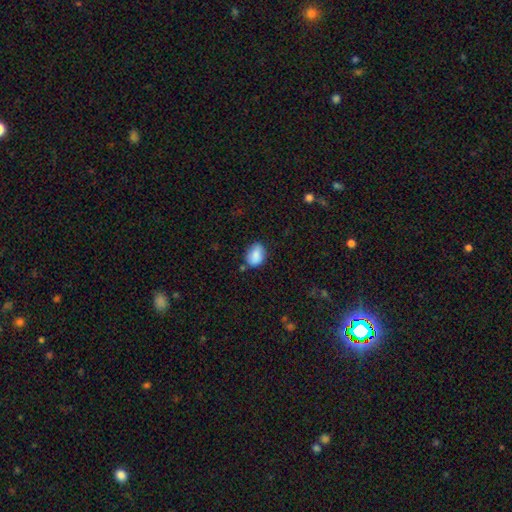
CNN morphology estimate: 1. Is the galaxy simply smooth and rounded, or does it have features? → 85% smooth, 8% featured or disk, 8% star or artifact.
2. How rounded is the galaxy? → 71% in between, 28% round, 1% cigar-shaped.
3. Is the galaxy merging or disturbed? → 70% none, 21% minor disturbance, 4% merger, 4% major disturbance.